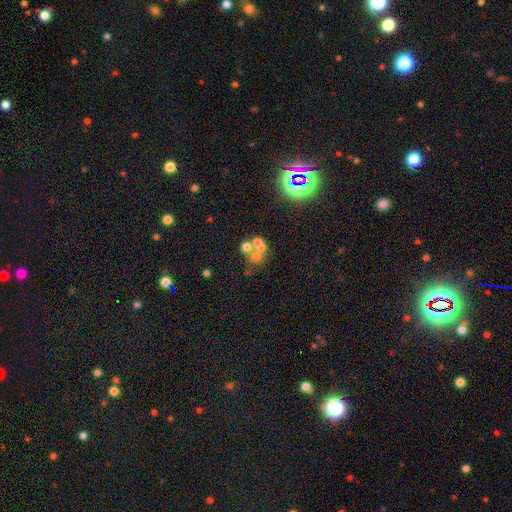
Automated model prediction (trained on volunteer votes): A smooth galaxy with no disk features (48%). Merging: merger (54%).